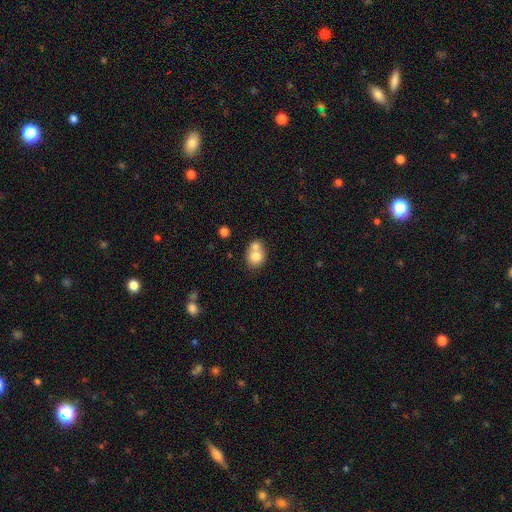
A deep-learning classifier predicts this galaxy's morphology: Smooth or featured? smooth (76%)
How rounded? round (65%)
Merging? merger (56%)